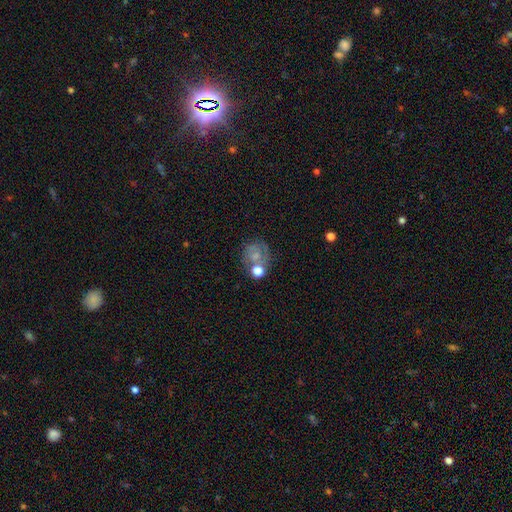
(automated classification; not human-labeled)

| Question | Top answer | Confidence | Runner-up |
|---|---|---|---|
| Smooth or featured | smooth | 51% | featured or disk (34%) |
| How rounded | round | 73% | in between (26%) |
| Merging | none | 47% | merger (22%) |